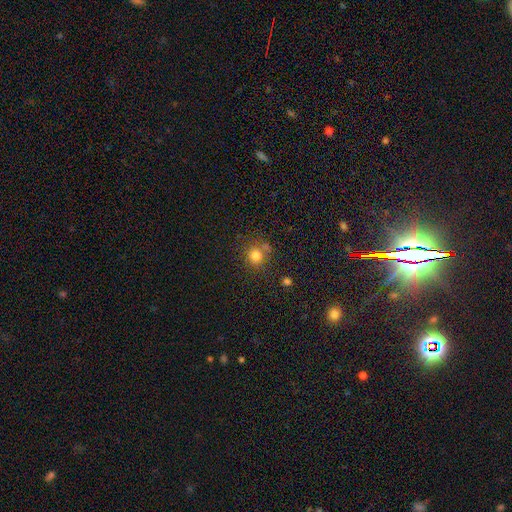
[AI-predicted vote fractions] Morphology: type=smooth (78%); roundness=round (87%); merging=none (67%).